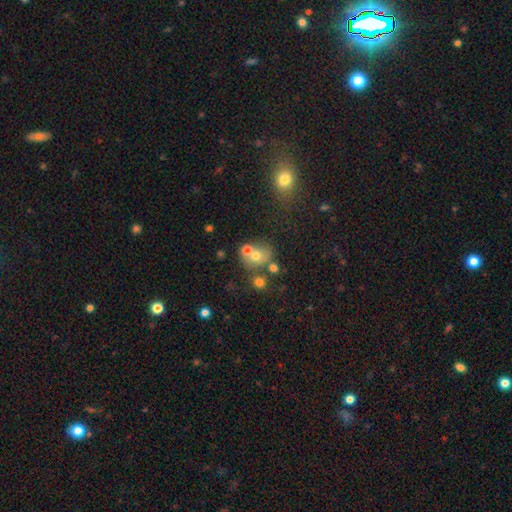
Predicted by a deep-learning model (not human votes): smooth_or_featured: smooth (p=0.62) [alt: featured or disk p=0.21]
how_rounded: round (p=0.72) [alt: in between p=0.27]
merging: none (p=0.46) [alt: merger p=0.38]